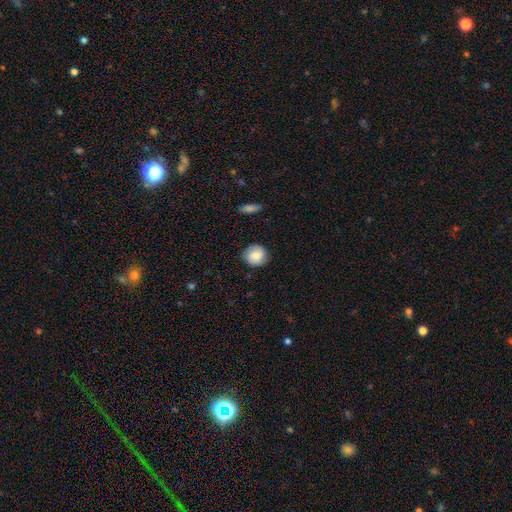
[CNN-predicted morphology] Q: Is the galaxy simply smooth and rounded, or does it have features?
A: smooth — 81%.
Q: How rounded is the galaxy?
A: round — 88%.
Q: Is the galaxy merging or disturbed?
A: none — 82%.